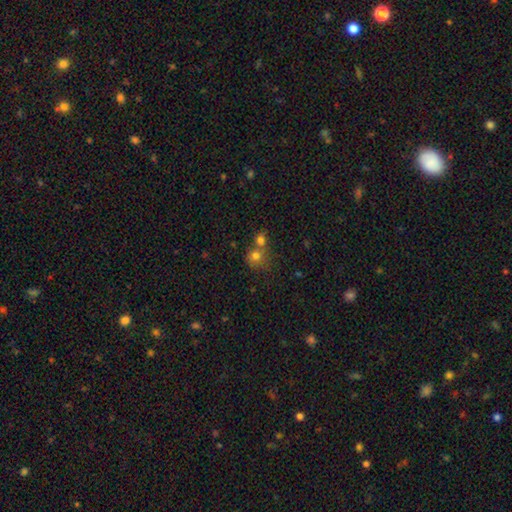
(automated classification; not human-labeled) Smooth or featured?
  - smooth: 76% *
  - star or artifact: 13%
  - featured or disk: 12%
How rounded?
  - round: 80% *
  - in between: 19%
  - cigar-shaped: 1%
Merging?
  - merger: 49% *
  - none: 38%
  - minor disturbance: 9%
  - major disturbance: 4%